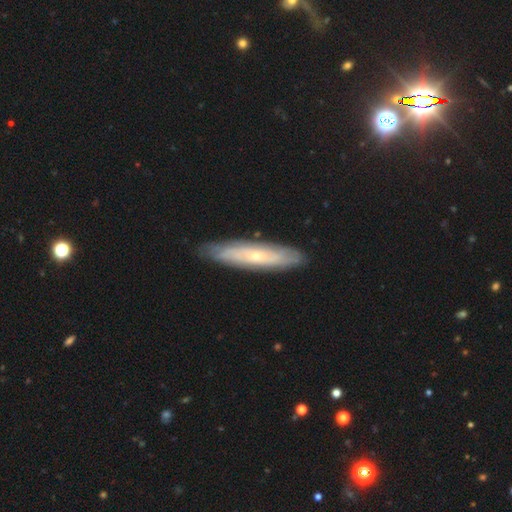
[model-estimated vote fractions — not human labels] Smooth or featured? featured or disk (63%)
Edge-on disk? no (56%)
Merging? none (85%)